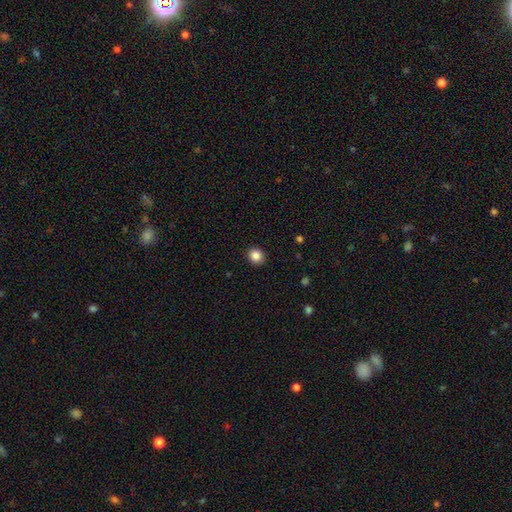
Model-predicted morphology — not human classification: The model was most divided on "how rounded": round: 85%, in between: 14%, cigar-shaped: 1%. More confident: merging — none (92%); smooth or featured — smooth (86%).